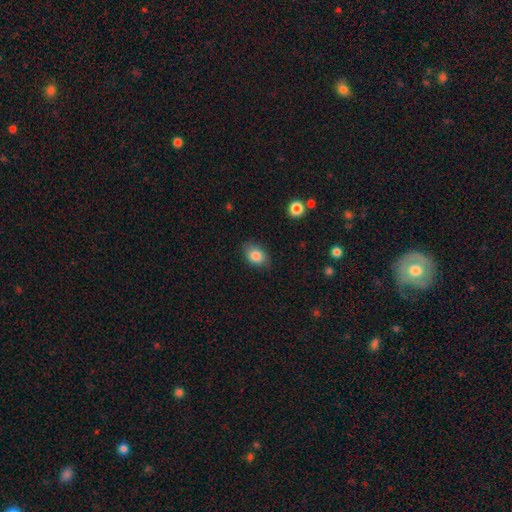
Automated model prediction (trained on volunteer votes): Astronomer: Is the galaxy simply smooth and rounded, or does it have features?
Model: smooth — 84%.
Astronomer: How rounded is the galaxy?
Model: in between — 77%.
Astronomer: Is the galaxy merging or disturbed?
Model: none — 80%.